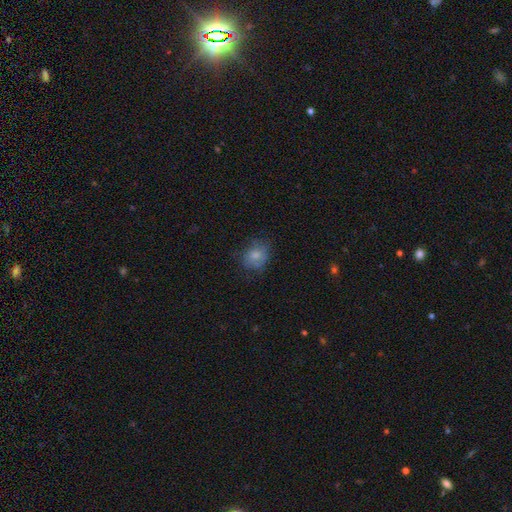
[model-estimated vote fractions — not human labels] smooth 75%, featured or disk 15%, star or artifact 9%. Down the decision tree: how rounded — round (60%); merging — none (63%).